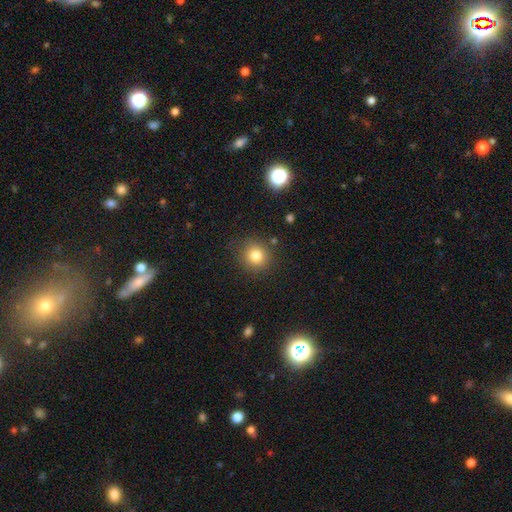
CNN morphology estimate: smooth-or-featured: smooth: 81% | star or artifact: 12% | featured or disk: 7%
  how-rounded: round: 91% | in between: 8% | cigar-shaped: 1%
  merging: none: 86% | minor disturbance: 9% | major disturbance: 3% | merger: 2%